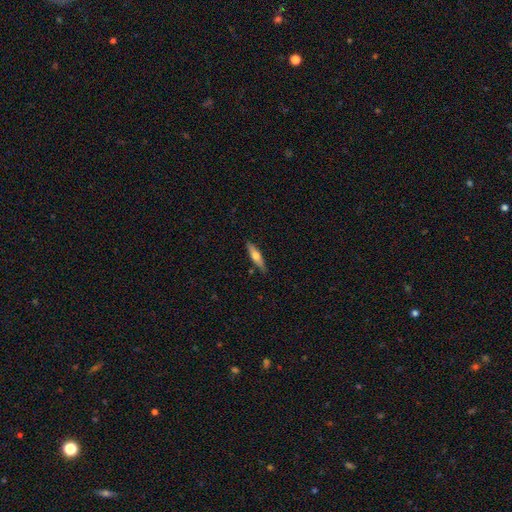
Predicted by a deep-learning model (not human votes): Smooth or featured? smooth (52%)
How rounded? cigar-shaped (75%)
Merging? none (85%)